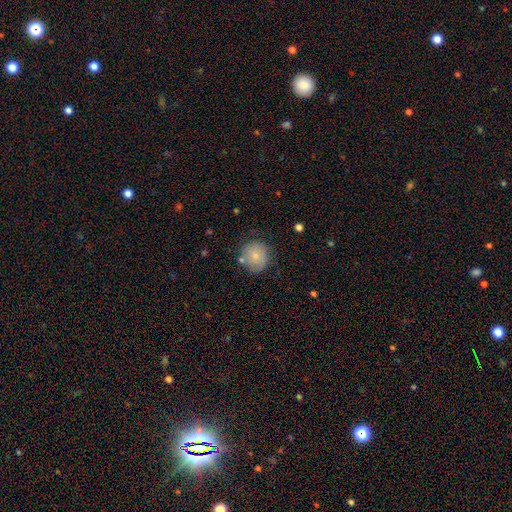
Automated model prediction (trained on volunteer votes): A smooth galaxy with no disk features (72%) that is round (89%).

Vote fractions:
- Smooth or featured? smooth: 72% / featured or disk: 21% / star or artifact: 7%
- How rounded? round: 89% / in between: 10% / cigar-shaped: 1%
- Merging? none: 67% / minor disturbance: 21% / major disturbance: 6% / merger: 5%